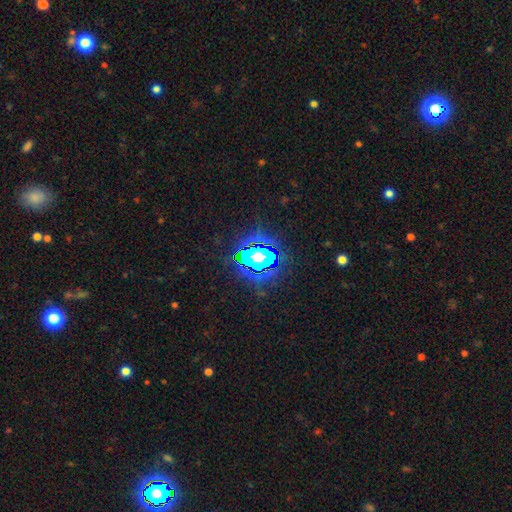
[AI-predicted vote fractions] Smooth or featured: star or artifact — 59% (smooth — 25%)